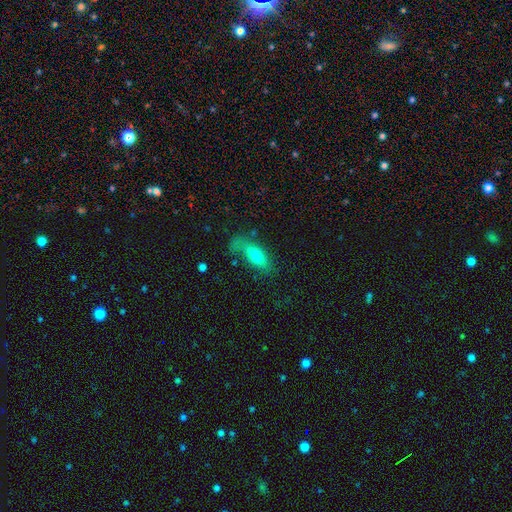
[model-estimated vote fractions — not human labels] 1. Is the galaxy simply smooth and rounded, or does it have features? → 72% smooth, 21% featured or disk, 7% star or artifact.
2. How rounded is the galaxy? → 67% in between, 29% cigar-shaped, 3% round.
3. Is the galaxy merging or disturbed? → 53% none, 25% minor disturbance, 17% major disturbance, 5% merger.